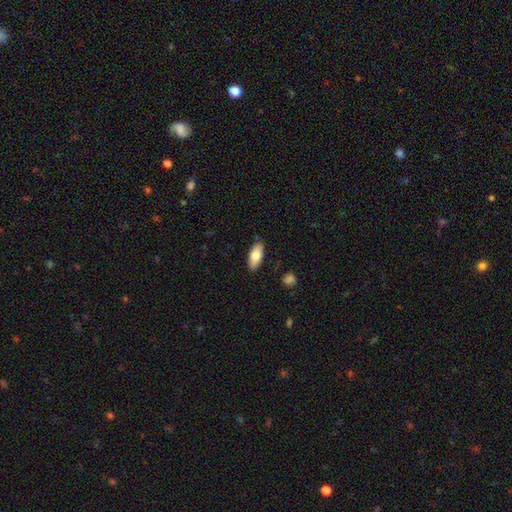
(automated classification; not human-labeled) smooth_or_featured: smooth (p=0.78) [alt: featured or disk p=0.16]
how_rounded: in between (p=0.86) [alt: cigar-shaped p=0.12]
merging: none (p=0.86) [alt: minor disturbance p=0.10]